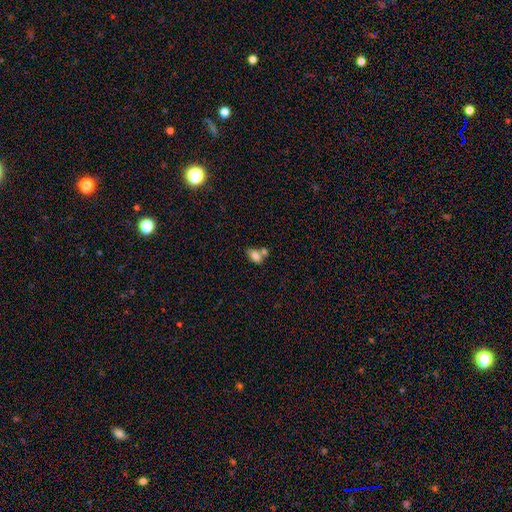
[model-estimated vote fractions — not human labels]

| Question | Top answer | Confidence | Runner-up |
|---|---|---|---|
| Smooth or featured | smooth | 81% | featured or disk (10%) |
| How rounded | in between | 88% | round (9%) |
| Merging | merger | 43% | none (37%) |